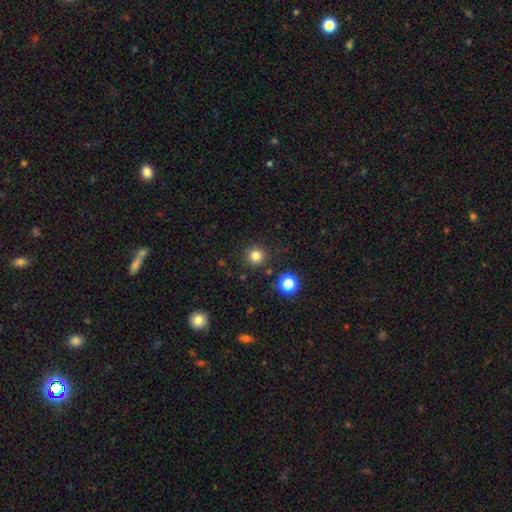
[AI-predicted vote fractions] A smooth galaxy with no disk features (81%) that is round (95%).

Vote fractions:
- Smooth or featured? smooth: 81% / star or artifact: 14% / featured or disk: 5%
- How rounded? round: 95% / in between: 4% / cigar-shaped: 1%
- Merging? none: 89% / minor disturbance: 6% / merger: 2% / major disturbance: 2%